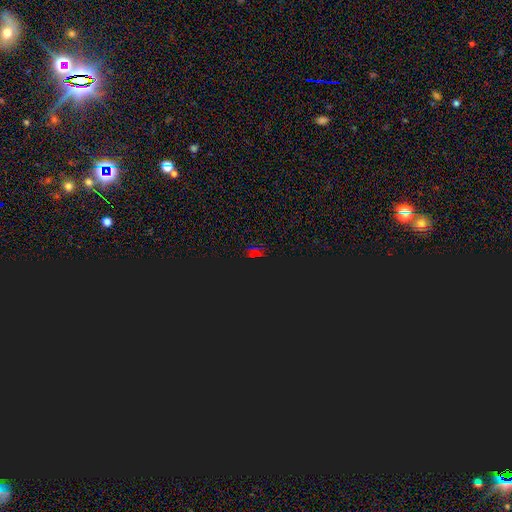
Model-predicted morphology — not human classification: The model was most divided on "smooth or featured": star or artifact: 77%, smooth: 17%, featured or disk: 7%.